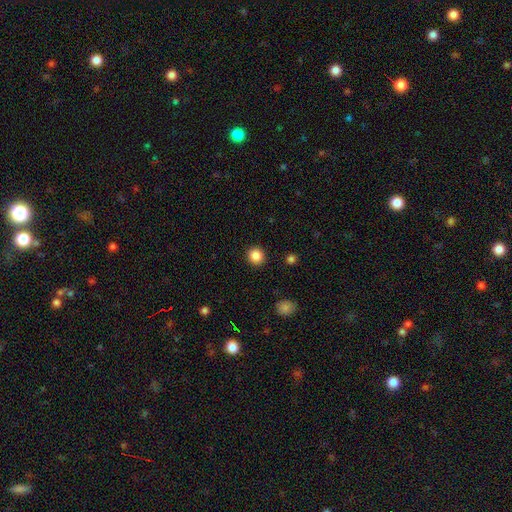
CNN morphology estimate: Smooth or featured? smooth (86%)
How rounded? round (92%)
Merging? none (92%)